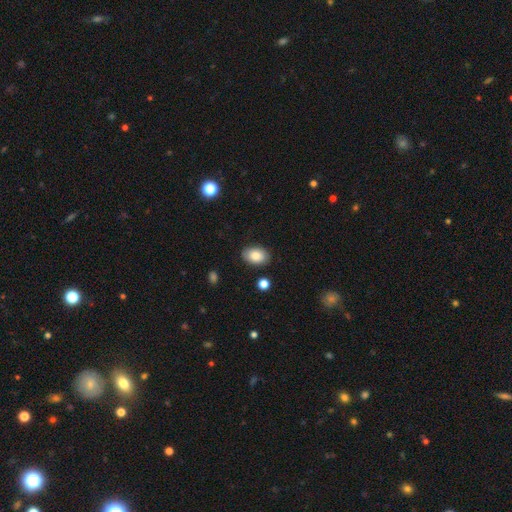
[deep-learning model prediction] This appears to be a smooth galaxy with no disk features (83%) that is in between round and cigar-shaped (87%). Merging: none (86%).